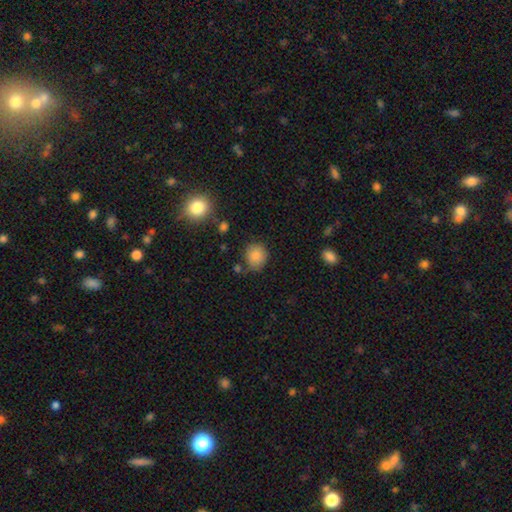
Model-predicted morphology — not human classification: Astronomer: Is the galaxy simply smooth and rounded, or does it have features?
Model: smooth — 83%.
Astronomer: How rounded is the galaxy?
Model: round — 81%.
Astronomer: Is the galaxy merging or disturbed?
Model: none — 76%.